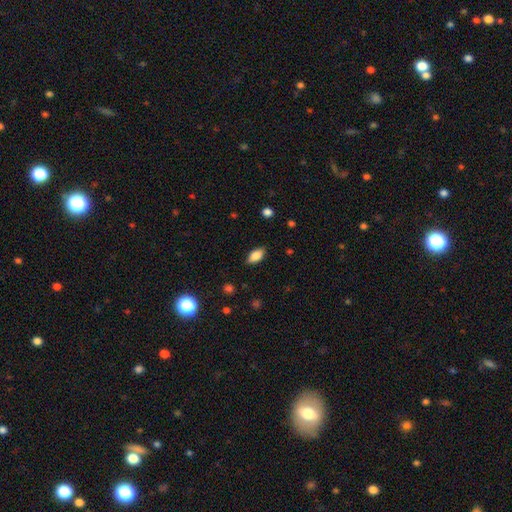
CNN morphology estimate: Smooth or featured? smooth (84%)
How rounded? in between (90%)
Merging? none (85%)